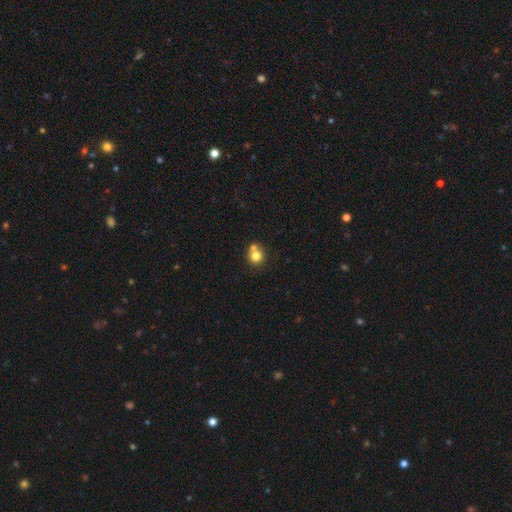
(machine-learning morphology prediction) The model was most divided on "merging": none: 51%, merger: 38%, minor disturbance: 8%, major disturbance: 3%. More confident: how rounded — round (87%); smooth or featured — smooth (78%).